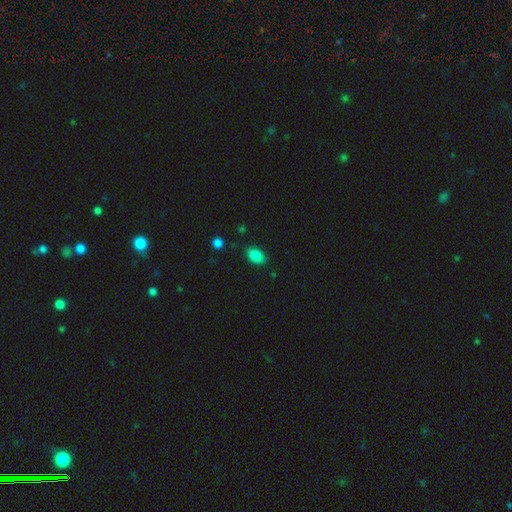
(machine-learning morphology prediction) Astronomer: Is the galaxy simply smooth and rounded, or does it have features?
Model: smooth — 86%.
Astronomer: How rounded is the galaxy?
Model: in between — 86%.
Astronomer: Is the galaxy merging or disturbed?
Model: none — 84%.